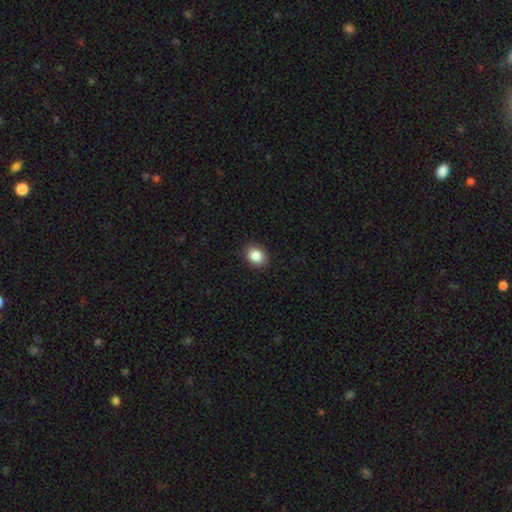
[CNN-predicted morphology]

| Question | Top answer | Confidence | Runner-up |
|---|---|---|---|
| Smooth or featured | smooth | 87% | star or artifact (9%) |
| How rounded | in between | 54% | round (45%) |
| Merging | none | 90% | minor disturbance (8%) |